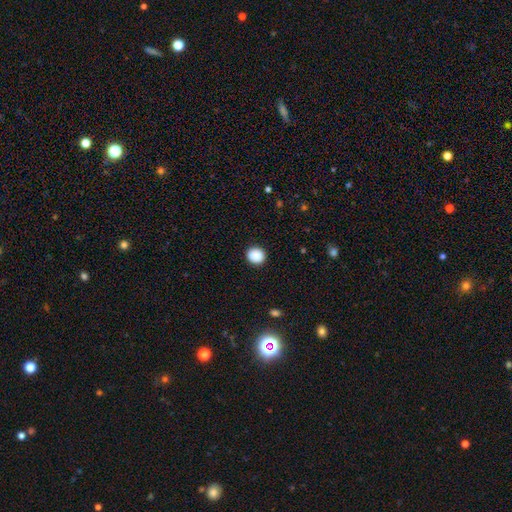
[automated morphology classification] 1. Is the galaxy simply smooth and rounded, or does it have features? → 90% smooth, 8% star or artifact, 2% featured or disk.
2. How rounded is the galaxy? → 86% round, 13% in between, 1% cigar-shaped.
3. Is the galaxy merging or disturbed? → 91% none, 6% minor disturbance, 2% major disturbance, 1% merger.